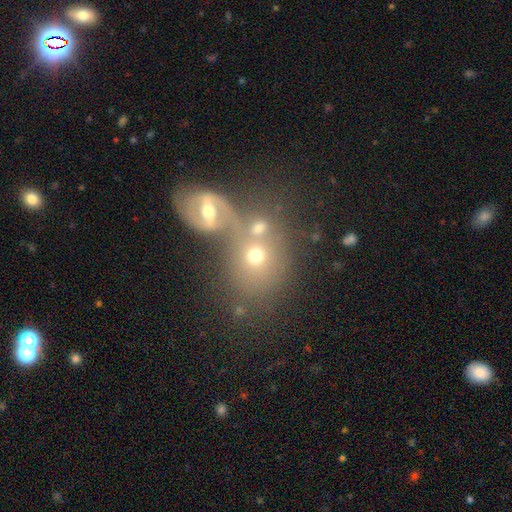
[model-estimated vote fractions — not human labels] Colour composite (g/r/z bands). It shows a smooth galaxy with no disk features (53%) that is round (58%). Merging: merger (52%).